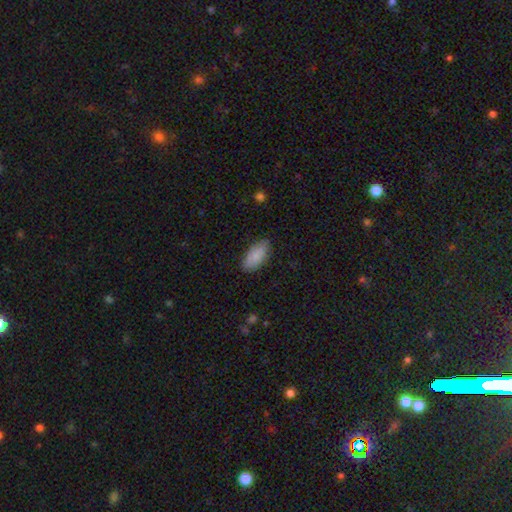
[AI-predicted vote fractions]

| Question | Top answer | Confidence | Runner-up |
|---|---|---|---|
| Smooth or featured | smooth | 84% | featured or disk (10%) |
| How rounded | in between | 91% | cigar-shaped (7%) |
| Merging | none | 82% | minor disturbance (14%) |